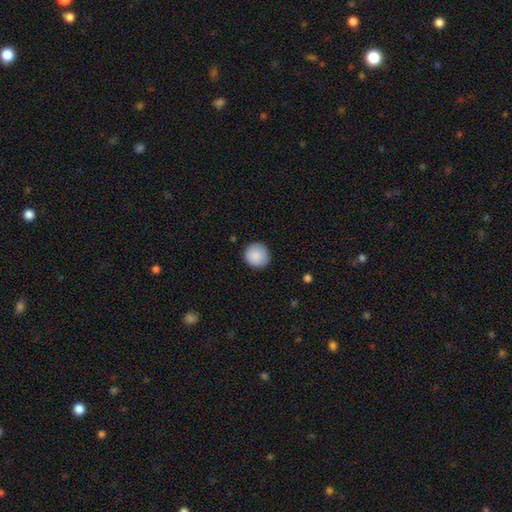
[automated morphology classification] This is clearly a smooth galaxy (89%). How rounded: clearly round (94%). Merging: clearly none (90%).